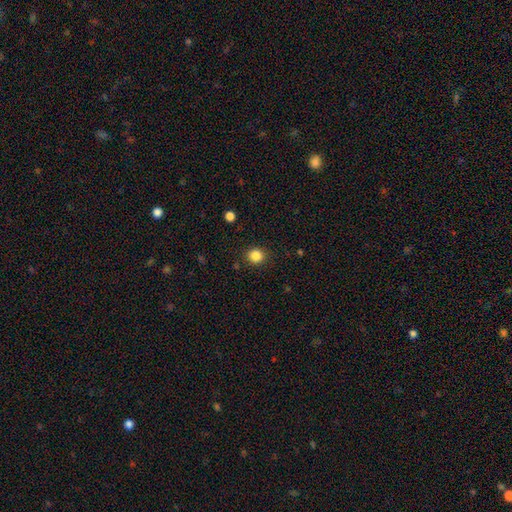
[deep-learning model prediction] A smooth galaxy with no disk features (85%) that is round (86%). Merging: none (89%).